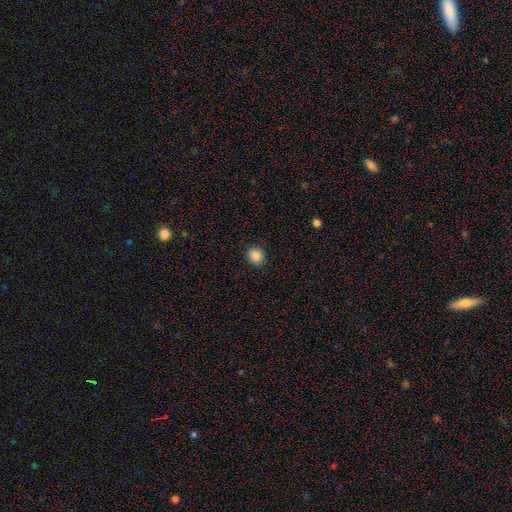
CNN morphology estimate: This is clearly a smooth galaxy (87%). How rounded: clearly round (85%). Merging: clearly none (91%).